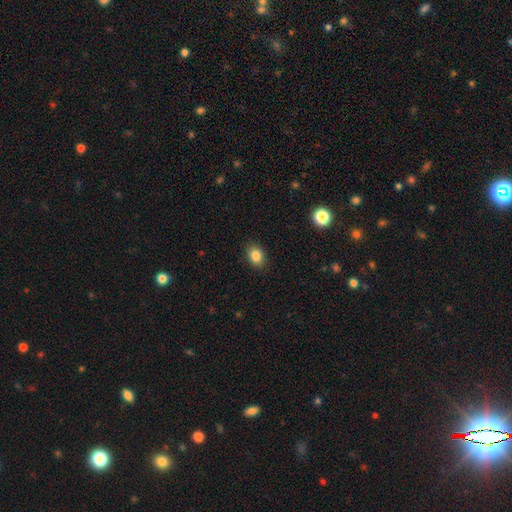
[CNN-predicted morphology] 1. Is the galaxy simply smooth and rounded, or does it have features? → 85% smooth, 10% star or artifact, 5% featured or disk.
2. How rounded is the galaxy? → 64% in between, 35% round, 1% cigar-shaped.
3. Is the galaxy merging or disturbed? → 88% none, 9% minor disturbance, 2% major disturbance, 1% merger.